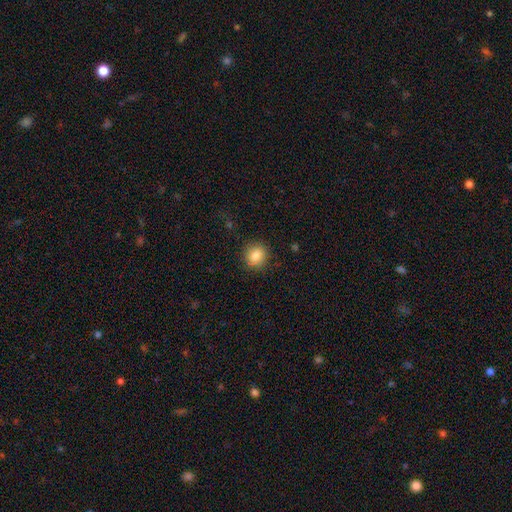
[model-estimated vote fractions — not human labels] A smooth galaxy with no disk features (85%) that is round (79%).

Vote fractions:
- Smooth or featured? smooth: 85% / star or artifact: 10% / featured or disk: 6%
- How rounded? round: 79% / in between: 20% / cigar-shaped: 1%
- Merging? none: 87% / minor disturbance: 9% / major disturbance: 3% / merger: 1%